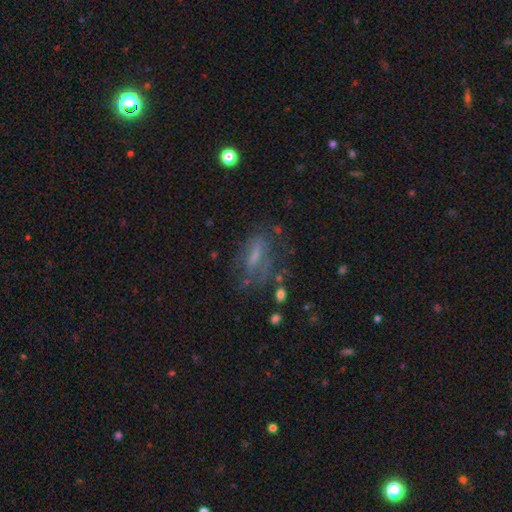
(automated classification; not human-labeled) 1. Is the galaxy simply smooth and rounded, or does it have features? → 49% featured or disk, 36% smooth, 15% star or artifact.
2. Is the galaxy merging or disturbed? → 51% none, 22% minor disturbance, 22% major disturbance, 4% merger.